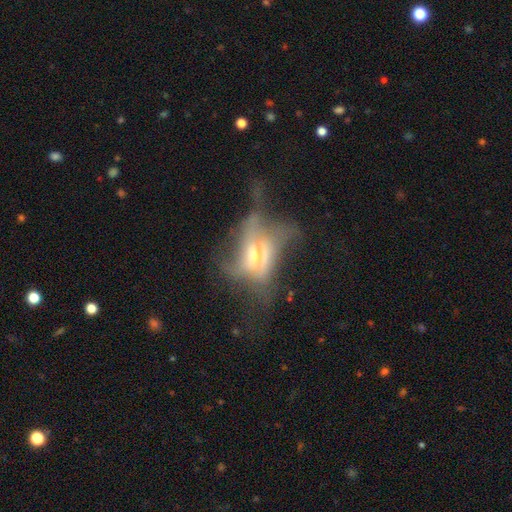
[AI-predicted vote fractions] smooth_or_featured: featured or disk (p=0.63) [alt: smooth p=0.25]
disk_edge_on: no (p=0.77) [alt: yes p=0.23]
merging: major disturbance (p=0.50) [alt: none p=0.22]